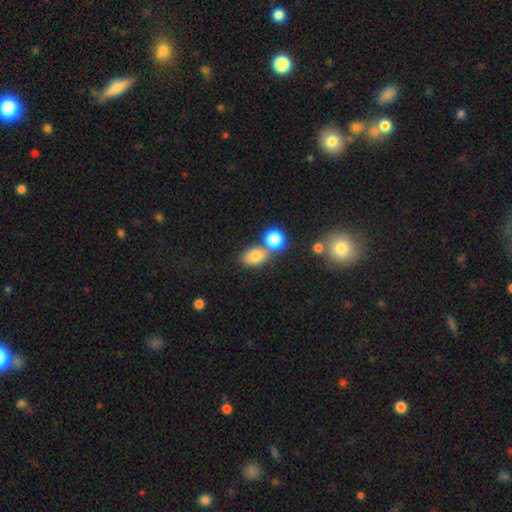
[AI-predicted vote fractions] Q: Smooth or featured?
A: smooth (78%); runner-up: star or artifact (12%)
Q: How rounded?
A: in between (74%); runner-up: round (24%)
Q: Merging?
A: none (51%); runner-up: merger (33%)